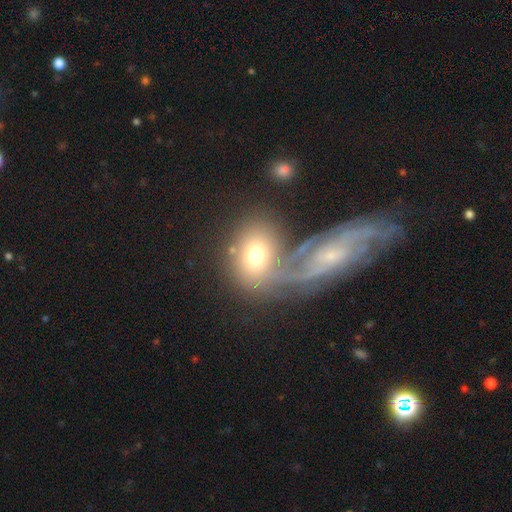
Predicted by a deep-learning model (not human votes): This is possibly a smooth galaxy (59%). How rounded: possibly in between (53%). Merging: marginally none (39%, tied with merger).